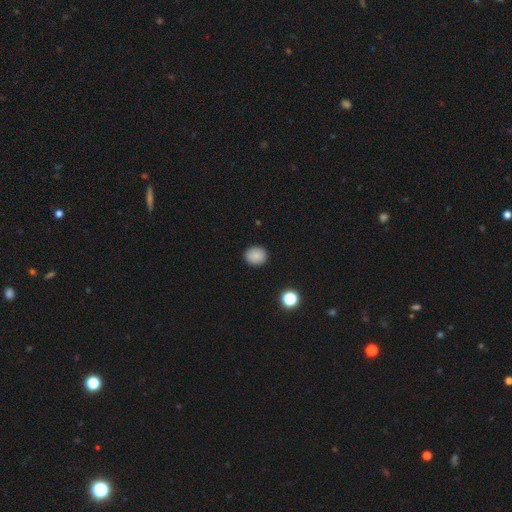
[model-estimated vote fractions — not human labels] Smooth or featured: smooth — 86% (star or artifact — 10%)
How rounded: round — 76% (in between — 23%)
Merging: none — 91% (minor disturbance — 6%)